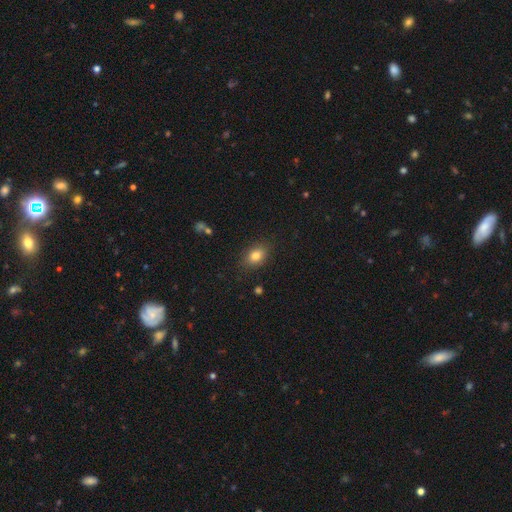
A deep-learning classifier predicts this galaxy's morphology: type=smooth (81%); roundness=in between (73%); merging=none (85%).